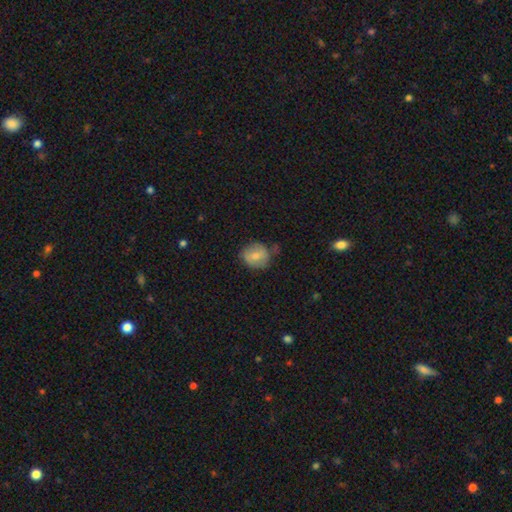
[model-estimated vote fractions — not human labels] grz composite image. It shows a smooth galaxy with no disk features (74%) that is round (73%). Merging: none (65%).